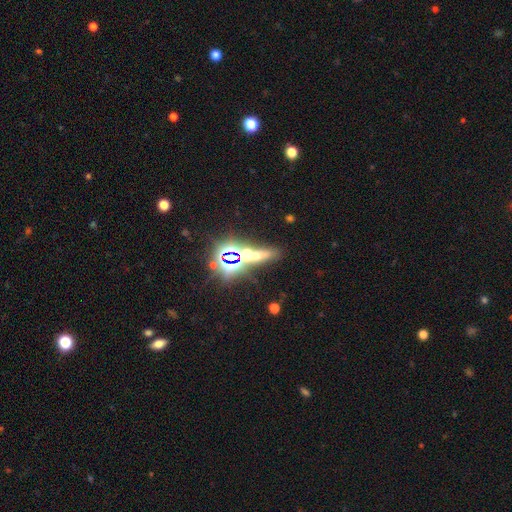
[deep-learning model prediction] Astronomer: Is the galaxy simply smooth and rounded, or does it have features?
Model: star or artifact — 49% (runner-up: smooth, 35%).